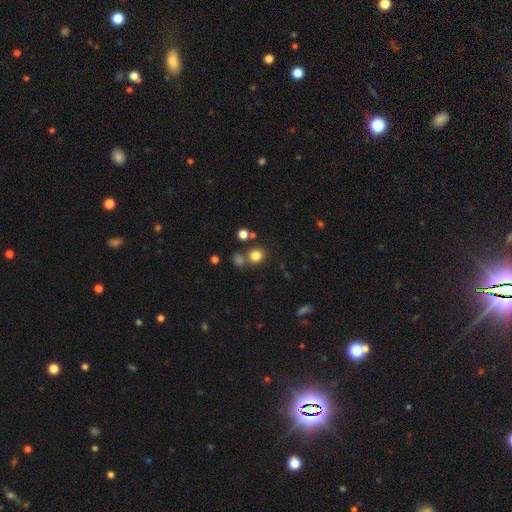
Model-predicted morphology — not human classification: A smooth galaxy with no disk features (79%) that is round (85%).

Vote fractions:
- Smooth or featured? smooth: 79% / star or artifact: 14% / featured or disk: 7%
- How rounded? round: 85% / in between: 14% / cigar-shaped: 1%
- Merging? none: 70% / merger: 18% / minor disturbance: 9% / major disturbance: 4%